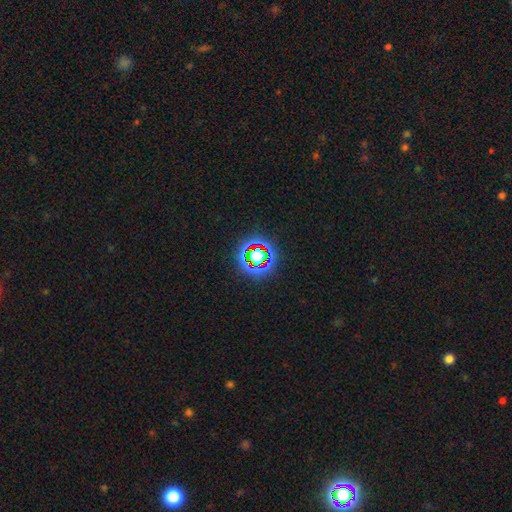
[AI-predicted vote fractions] Morphology: type=star or artifact (66%).